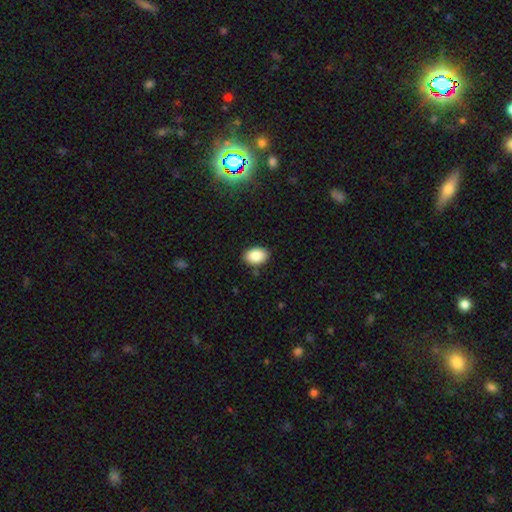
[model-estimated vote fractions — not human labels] smooth_or_featured: smooth (p=0.86) [alt: star or artifact p=0.08]
how_rounded: in between (p=0.81) [alt: round p=0.18]
merging: none (p=0.86) [alt: minor disturbance p=0.10]